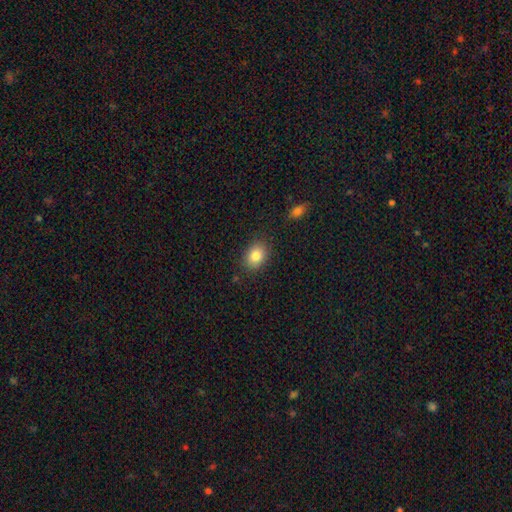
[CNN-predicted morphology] Q: Smooth or featured?
A: smooth (84%); runner-up: star or artifact (9%)
Q: How rounded?
A: in between (68%); runner-up: round (31%)
Q: Merging?
A: none (85%); runner-up: minor disturbance (11%)